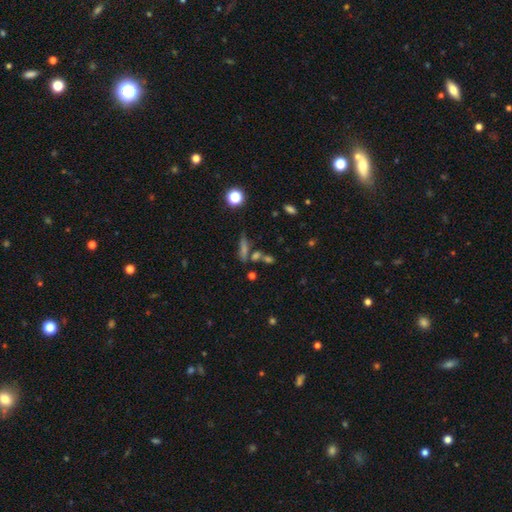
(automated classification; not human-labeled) Morphology: type=smooth (52%); roundness=cigar-shaped (57%); merging=none (61%).